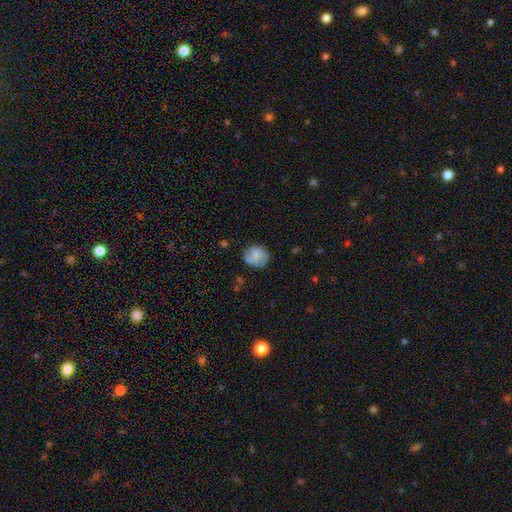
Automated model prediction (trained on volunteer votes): Smooth or featured? smooth (71%)
How rounded? round (81%)
Merging? none (69%)